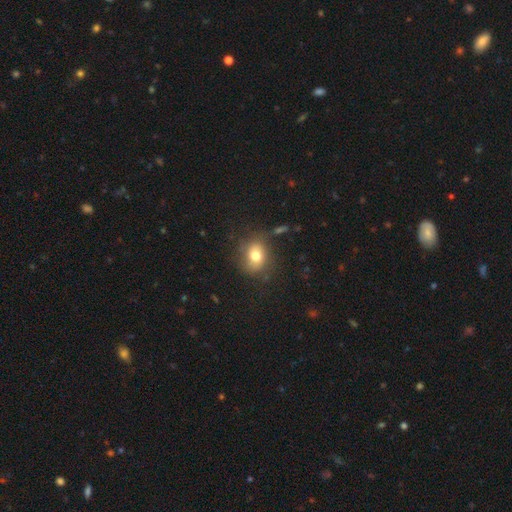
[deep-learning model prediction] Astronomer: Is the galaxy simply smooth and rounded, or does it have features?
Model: smooth — 74%.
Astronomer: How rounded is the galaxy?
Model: round — 62%.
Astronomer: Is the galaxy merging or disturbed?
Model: none — 74%.